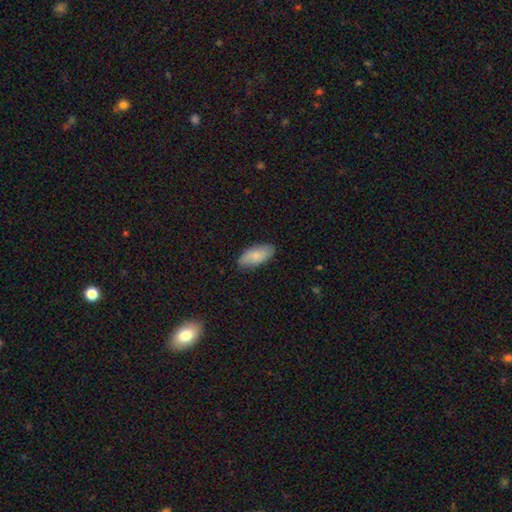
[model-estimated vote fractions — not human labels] Morphology: type=smooth (80%); roundness=in between (89%); merging=none (84%).